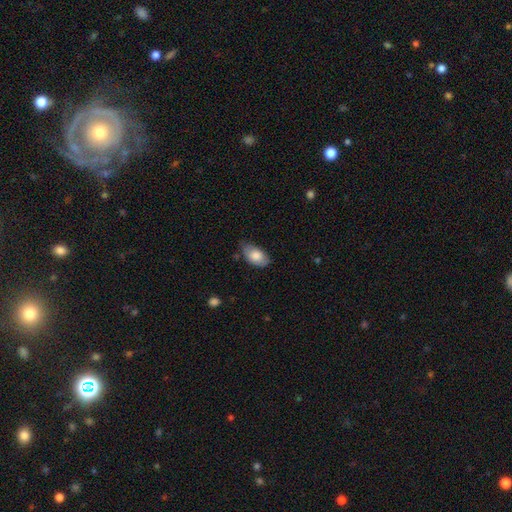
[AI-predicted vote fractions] Smooth or featured?
  - smooth: 80% *
  - featured or disk: 14%
  - star or artifact: 6%
How rounded?
  - in between: 93% *
  - round: 5%
  - cigar-shaped: 2%
Merging?
  - none: 61% *
  - minor disturbance: 32%
  - major disturbance: 5%
  - merger: 2%